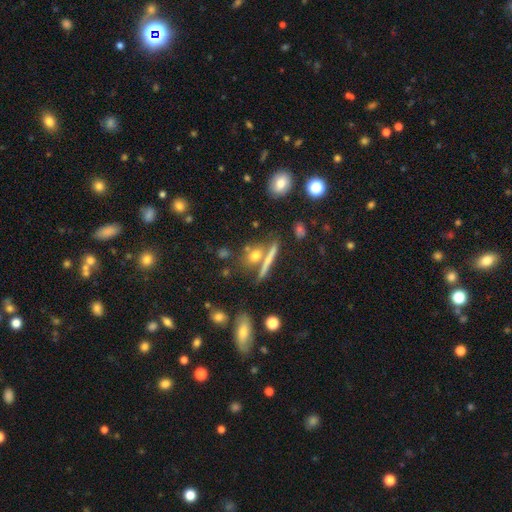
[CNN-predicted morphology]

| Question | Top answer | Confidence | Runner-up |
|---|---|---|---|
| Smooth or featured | smooth | 46% | featured or disk (33%) |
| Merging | none | 65% | merger (20%) |